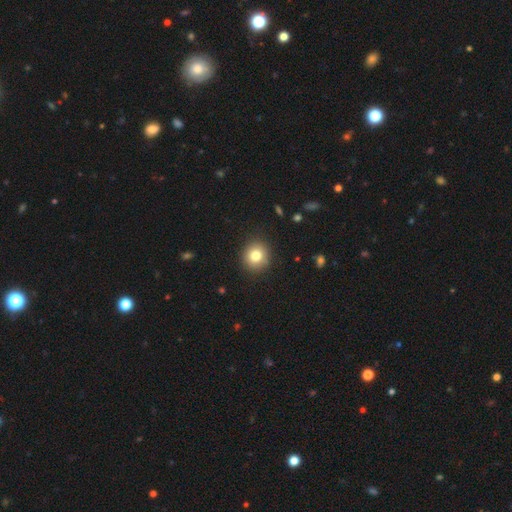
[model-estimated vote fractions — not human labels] Smooth or featured: smooth — 81% (star or artifact — 10%)
How rounded: round — 88% (in between — 11%)
Merging: none — 91% (minor disturbance — 6%)